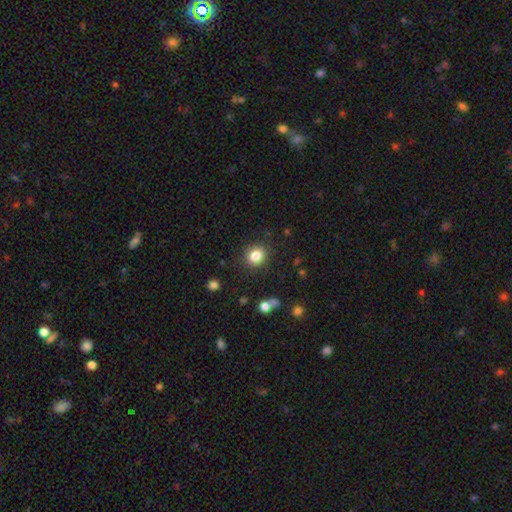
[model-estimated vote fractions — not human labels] Smooth or featured: smooth — 84% (star or artifact — 10%)
How rounded: round — 76% (in between — 24%)
Merging: none — 87% (minor disturbance — 8%)